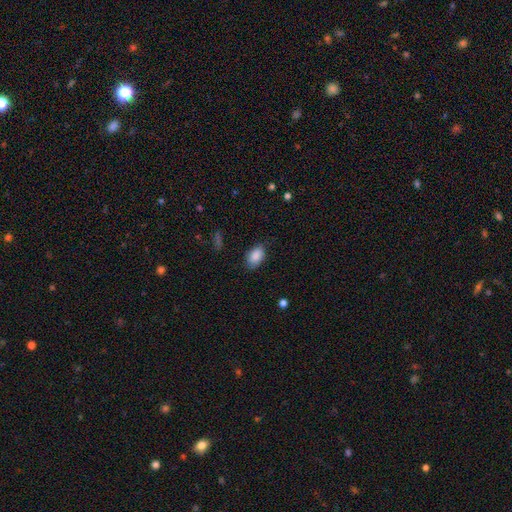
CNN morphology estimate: This is clearly a smooth galaxy (87%). How rounded: clearly in between (90%). Merging: likely none (79%).